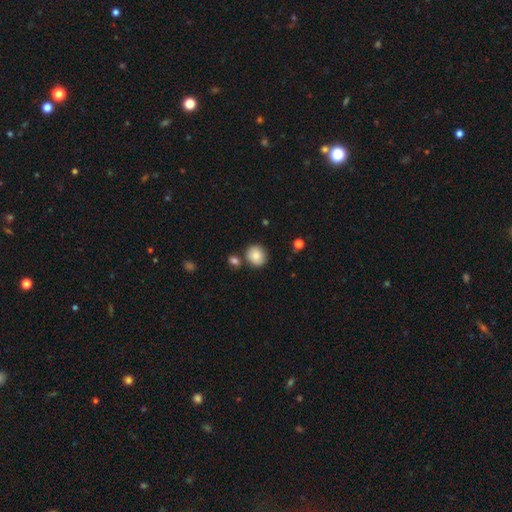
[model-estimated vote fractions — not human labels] smooth 84%, star or artifact 9%, featured or disk 7%. Down the decision tree: how rounded — round (82%); merging — none (80%).